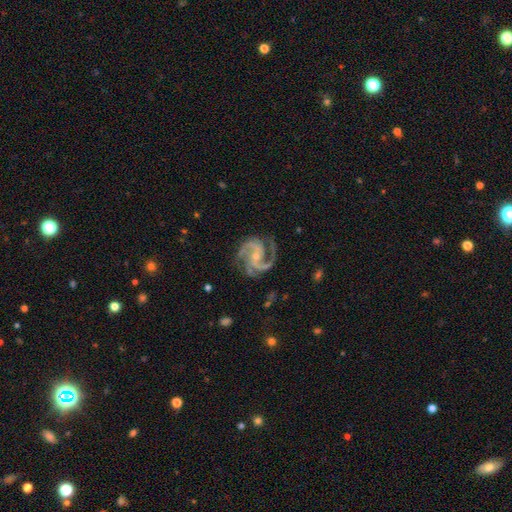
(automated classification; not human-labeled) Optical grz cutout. It shows a featured or disk galaxy (93%) with no bar (56%), 3 (51%) medium (59%) spiral arms (99%) and a small central bulge (69%). Merging: none (75%).